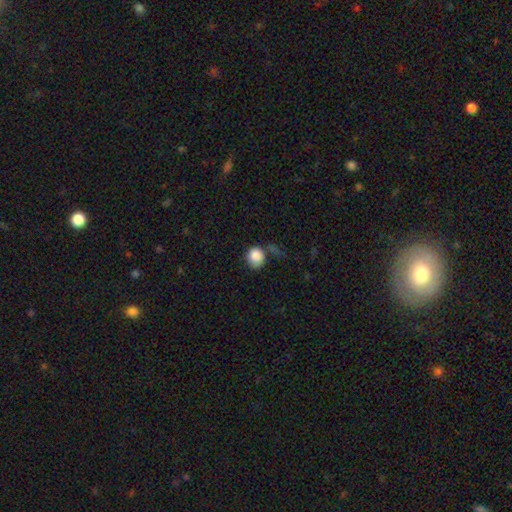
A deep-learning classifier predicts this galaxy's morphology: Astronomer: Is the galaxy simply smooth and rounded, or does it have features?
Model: smooth — 86%.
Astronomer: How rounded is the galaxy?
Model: round — 79%.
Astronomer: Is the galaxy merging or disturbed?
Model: none — 47% (runner-up: minor disturbance, 28%).